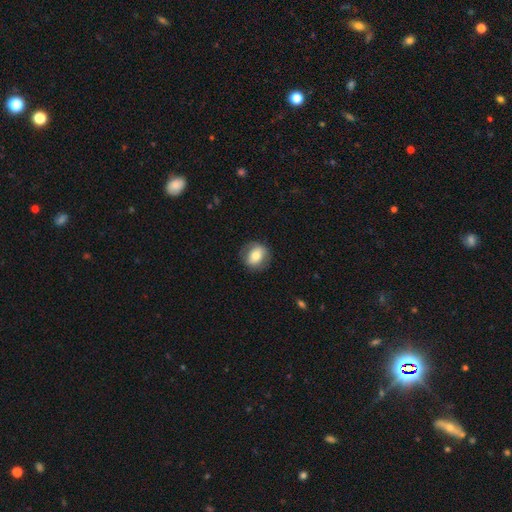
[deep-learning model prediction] A smooth galaxy with no disk features (66%) that is round (62%). Merging: none (81%).